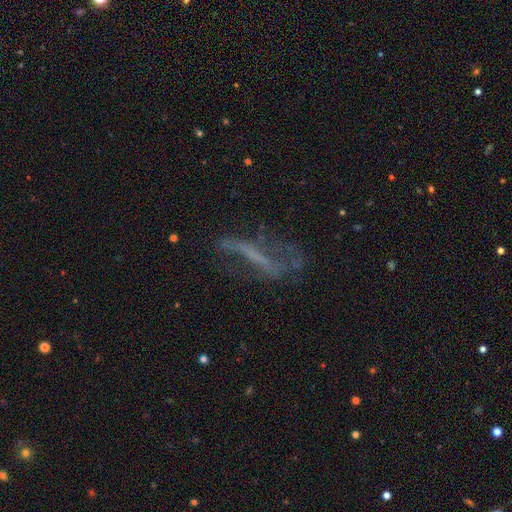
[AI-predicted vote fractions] smooth-or-featured: featured or disk: 58% | smooth: 24% | star or artifact: 18%
  disk-edge-on: no: 69% | yes: 31%
  merging: none: 43% | major disturbance: 31% | minor disturbance: 22% | merger: 4%